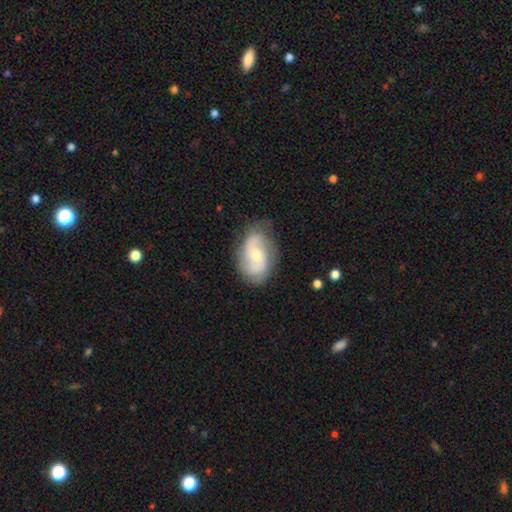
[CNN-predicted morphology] smooth-or-featured: featured or disk: 71% | smooth: 23% | star or artifact: 6%
  disk-edge-on: no: 96% | yes: 4%
    bar: no: 61% | weak: 32% | strong: 7%
    has-spiral-arms: yes: 90% | no: 10%
      spiral-winding: medium: 45% | tight: 31% | loose: 24%
      spiral-arm-count: 2: 68% | can't tell: 16% | 3: 9% | 1: 3% | 4: 2% | more than 4: 2%
    bulge-size: small: 51% | moderate: 45% | large: 2% | none: 1% | dominant: 1%
  merging: none: 72% | minor disturbance: 20% | major disturbance: 7% | merger: 1%